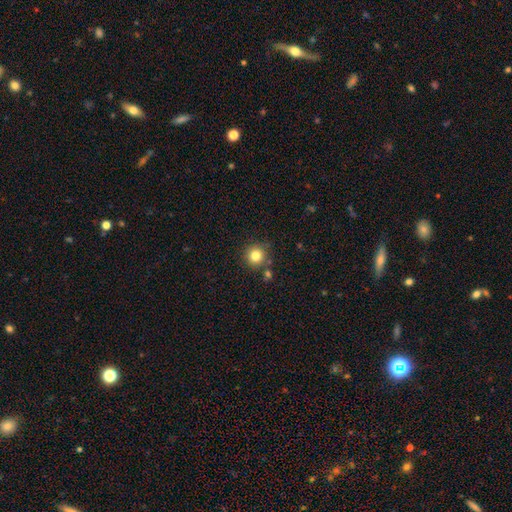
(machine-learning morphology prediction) A smooth galaxy with no disk features (82%) that is round (94%).

Vote fractions:
- Smooth or featured? smooth: 82% / star or artifact: 12% / featured or disk: 6%
- How rounded? round: 94% / in between: 5% / cigar-shaped: 1%
- Merging? none: 81% / minor disturbance: 9% / merger: 7% / major disturbance: 3%